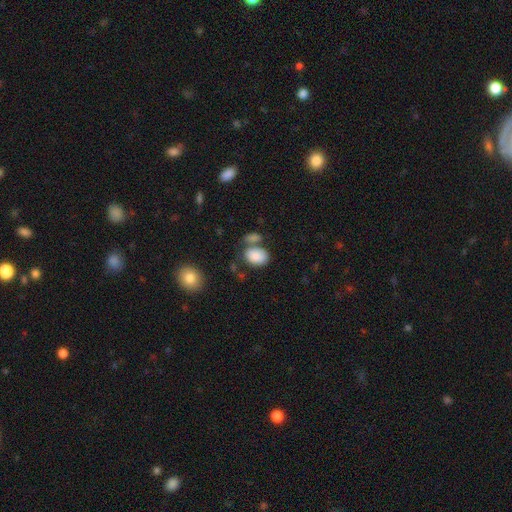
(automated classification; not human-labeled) Q: Smooth or featured?
A: smooth (86%); runner-up: star or artifact (7%)
Q: How rounded?
A: in between (79%); runner-up: round (20%)
Q: Merging?
A: none (53%); runner-up: merger (25%)